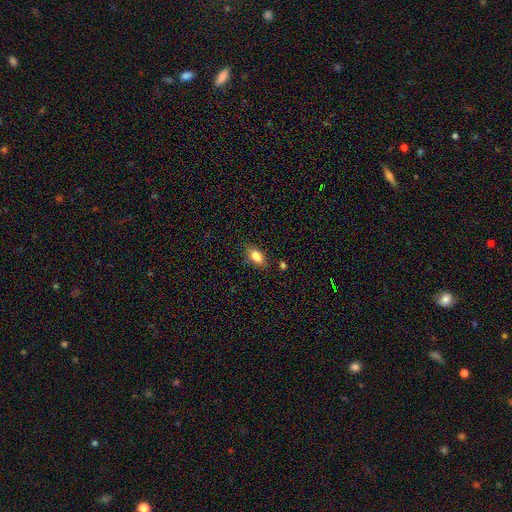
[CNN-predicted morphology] Smooth or featured? smooth (83%)
How rounded? in between (87%)
Merging? none (79%)